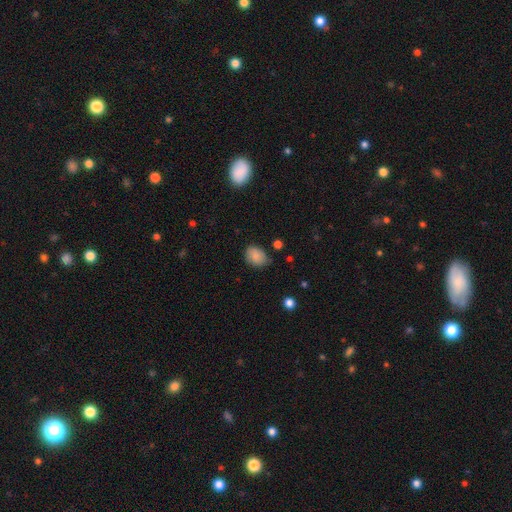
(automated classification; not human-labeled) smooth_or_featured: smooth (p=0.85) [alt: star or artifact p=0.09]
how_rounded: in between (p=0.68) [alt: round p=0.31]
merging: none (p=0.68) [alt: minor disturbance p=0.25]